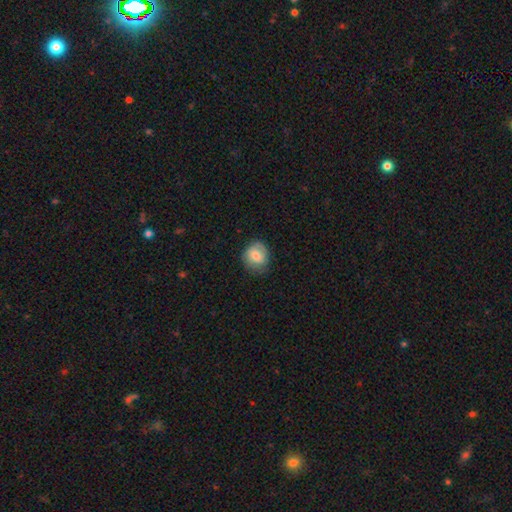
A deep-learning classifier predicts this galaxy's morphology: smooth_or_featured: smooth (p=0.76) [alt: featured or disk p=0.17]
how_rounded: round (p=0.70) [alt: in between p=0.29]
merging: none (p=0.69) [alt: minor disturbance p=0.24]